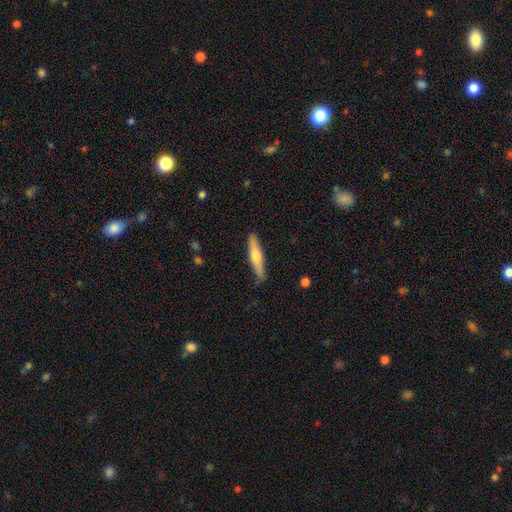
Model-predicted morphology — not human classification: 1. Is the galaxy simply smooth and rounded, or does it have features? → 51% smooth, 44% featured or disk, 5% star or artifact.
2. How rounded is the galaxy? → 87% cigar-shaped, 12% in between, 2% round.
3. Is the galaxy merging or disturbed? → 85% none, 11% minor disturbance, 2% major disturbance, 1% merger.